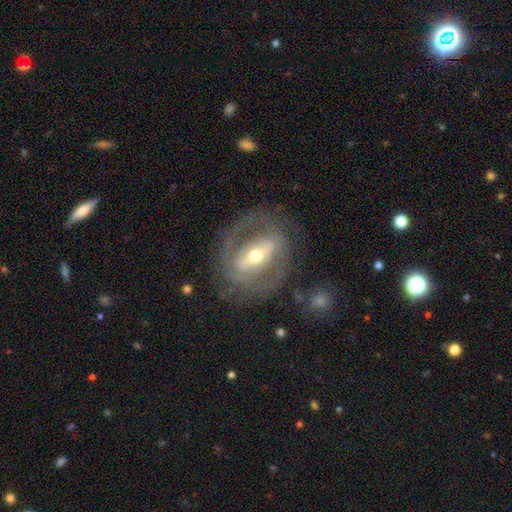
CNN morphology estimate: featured or disk 78%, smooth 16%, star or artifact 6%. Down the decision tree: edge-on disk — no (91%); bar — strong (60%); spiral arms — yes (54%); bulge size — moderate (63%); merging — none (70%).